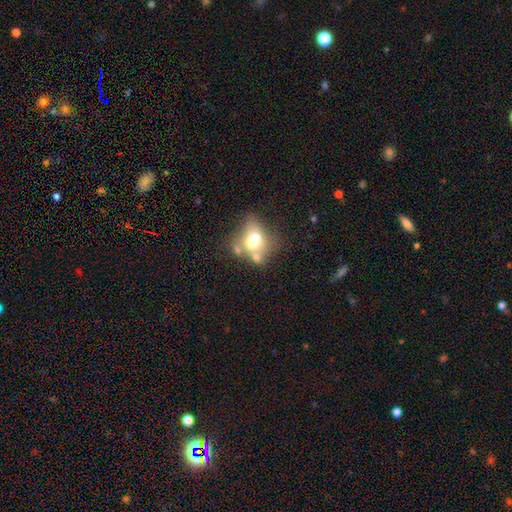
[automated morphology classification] Smooth or featured? Predicted: smooth (p=0.53). How rounded? Predicted: in between (p=0.50). Merging? Predicted: merger (p=0.60).